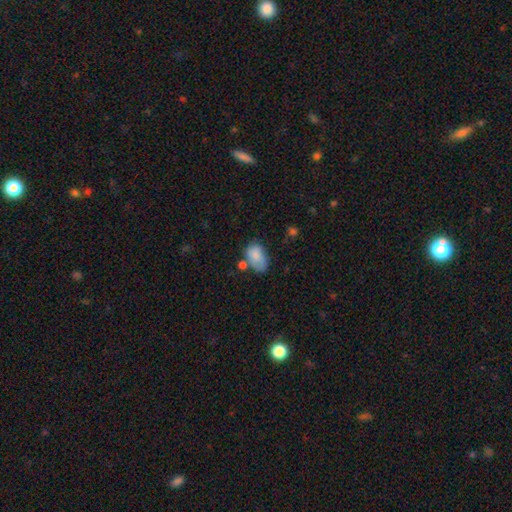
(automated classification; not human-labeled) Q: Smooth or featured?
A: smooth (79%); runner-up: featured or disk (12%)
Q: How rounded?
A: in between (87%); runner-up: round (12%)
Q: Merging?
A: none (40%); runner-up: minor disturbance (29%)